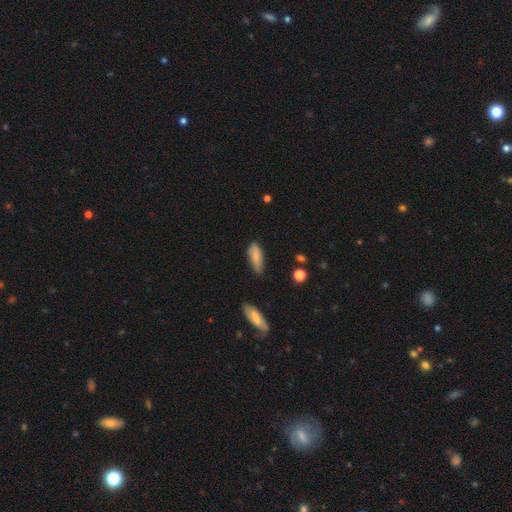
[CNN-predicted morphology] Smooth or featured? smooth (80%)
How rounded? in between (72%)
Merging? none (57%)